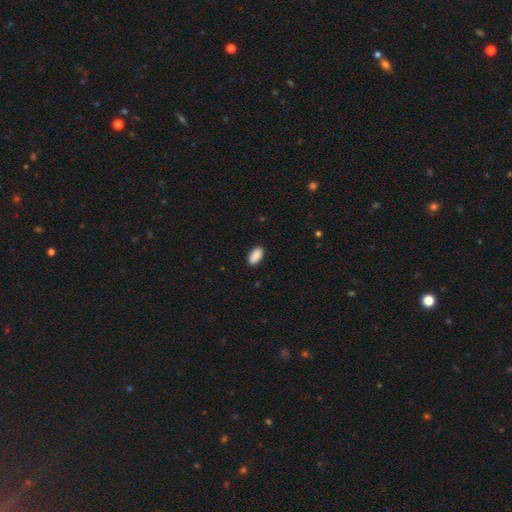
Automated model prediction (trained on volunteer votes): Smooth or featured? smooth (90%)
How rounded? in between (93%)
Merging? none (88%)